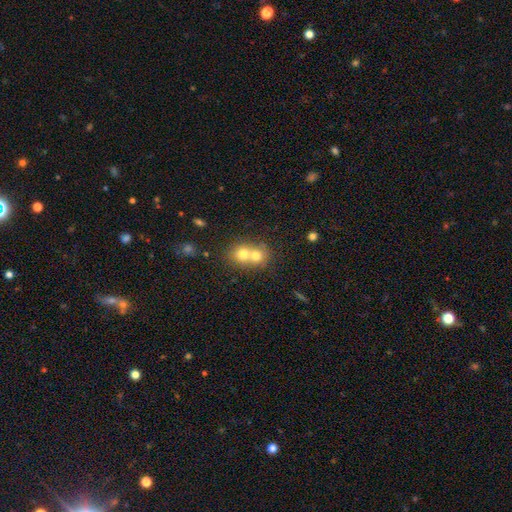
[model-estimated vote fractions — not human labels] This appears to be a smooth galaxy with no disk features (71%) that is round (74%). Merging: merger (68%).